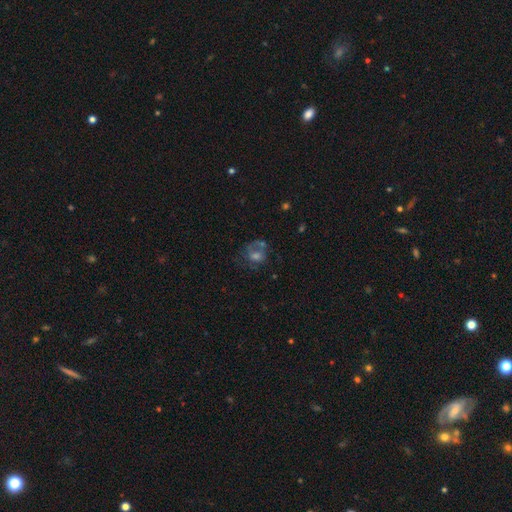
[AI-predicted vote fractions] Overall: featured or disk (46%; smooth 35%). Merging: none (43%; major disturbance 27%).